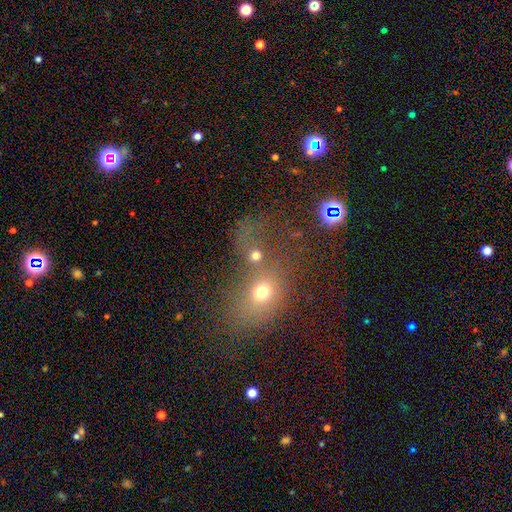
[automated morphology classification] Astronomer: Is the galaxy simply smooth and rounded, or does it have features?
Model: smooth — 63%.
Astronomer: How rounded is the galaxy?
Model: round — 70%.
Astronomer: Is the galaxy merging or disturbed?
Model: merger — 45% (runner-up: none, 38%).